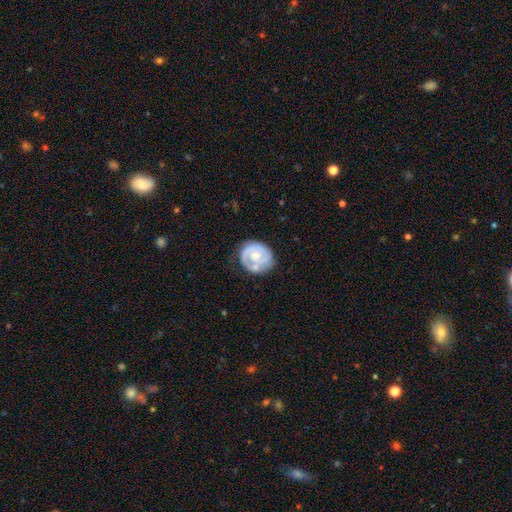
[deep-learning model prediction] Smooth or featured?
  - featured or disk: 68% *
  - smooth: 27%
  - star or artifact: 5%
Edge-on disk?
  - no: 98% *
  - yes: 2%
Bar?
  - no: 68% *
  - weak: 28%
  - strong: 5%
Spiral arms?
  - yes: 80% *
  - no: 20%
Spiral winding?
  - tight: 64% *
  - medium: 26%
  - loose: 9%
Spiral arm count?
  - 2: 38% *
  - 1: 33%
  - can't tell: 20%
  - 3: 6%
  - 4: 2%
  - more than 4: 2%
Bulge size?
  - moderate: 45% * (tied)
  - small: 45% * (tied)
  - none: 6%
  - large: 3%
  - dominant: 1%
Merging?
  - none: 66% *
  - minor disturbance: 21%
  - major disturbance: 8%
  - merger: 5%